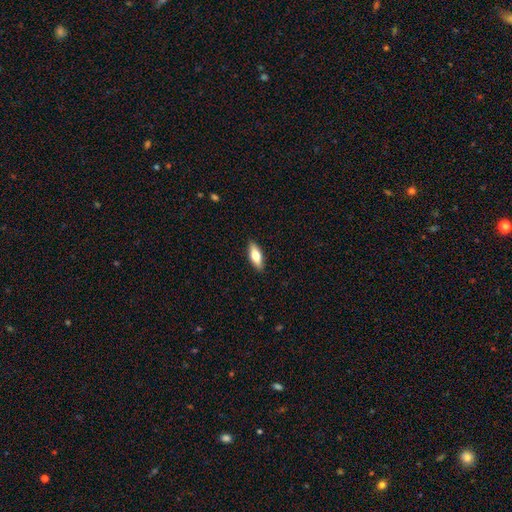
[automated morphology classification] type=smooth (64%); roundness=in between (64%); merging=none (89%).